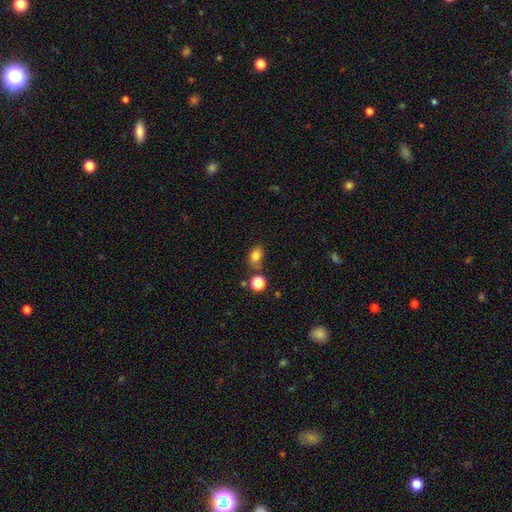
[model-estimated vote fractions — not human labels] This appears to be a smooth galaxy with no disk features (80%) that is in between round and cigar-shaped (65%). Merging: none (62%).